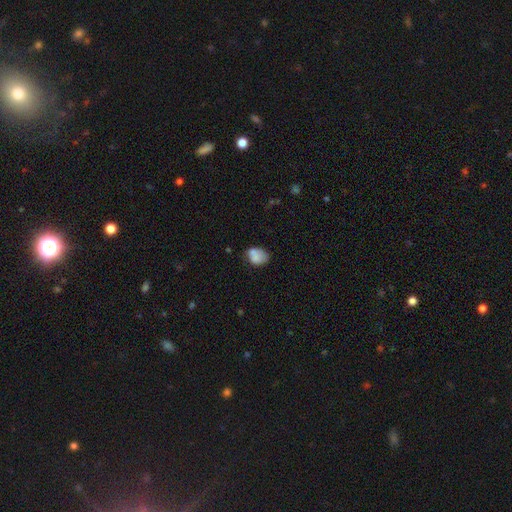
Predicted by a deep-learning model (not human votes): Morphology: type=smooth (76%); roundness=in between (64%); merging=none (46%).